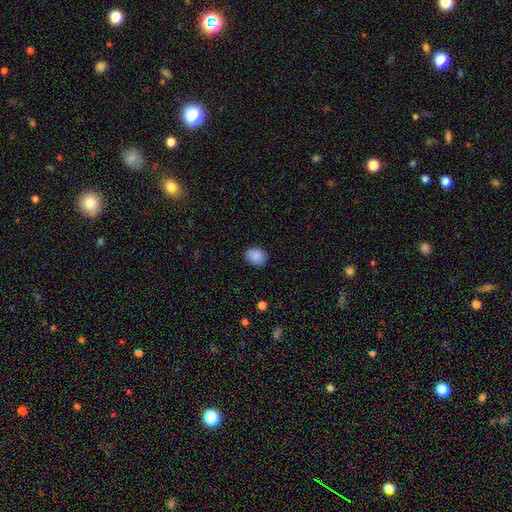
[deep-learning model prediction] Q: Smooth or featured?
A: smooth (88%); runner-up: star or artifact (8%)
Q: How rounded?
A: round (52%); runner-up: in between (47%)
Q: Merging?
A: none (86%); runner-up: minor disturbance (11%)